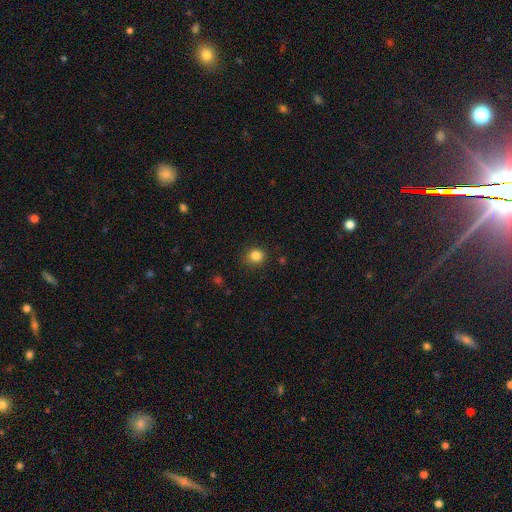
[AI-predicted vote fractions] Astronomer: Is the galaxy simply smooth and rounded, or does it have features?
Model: smooth — 84%.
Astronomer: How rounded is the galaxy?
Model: round — 82%.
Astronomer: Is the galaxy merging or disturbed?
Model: none — 85%.